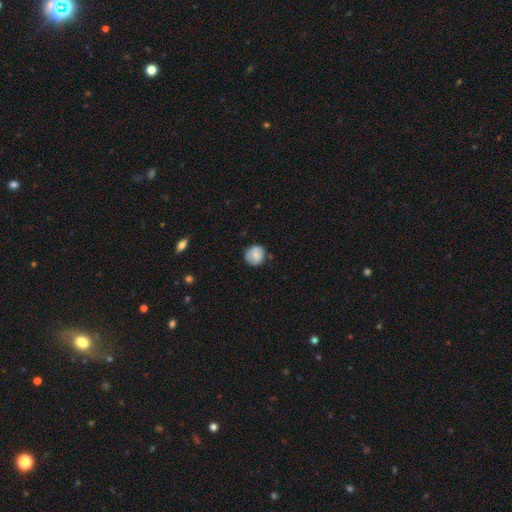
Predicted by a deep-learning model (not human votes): A smooth galaxy with no disk features (76%) that is round (88%). Merging: none (75%).